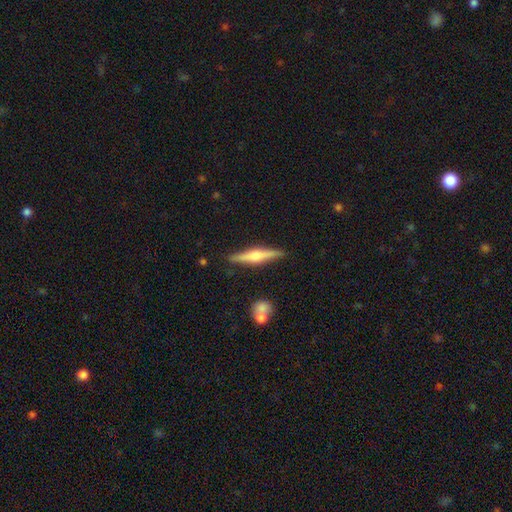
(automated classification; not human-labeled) smooth-or-featured: featured or disk: 67% | smooth: 27% | star or artifact: 5%
  disk-edge-on: yes: 97% | no: 3%
    edge-on-bulge: rounded: 90% | boxy: 6% | none: 4%
  merging: none: 88% | minor disturbance: 8% | merger: 2% | major disturbance: 2%